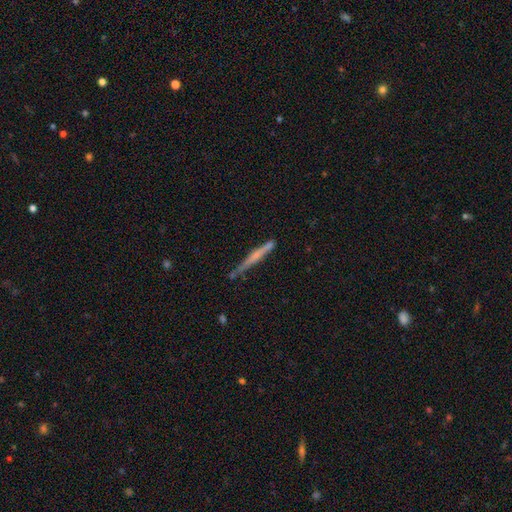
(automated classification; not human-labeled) A featured or disk galaxy (49%). Merging: none (69%).